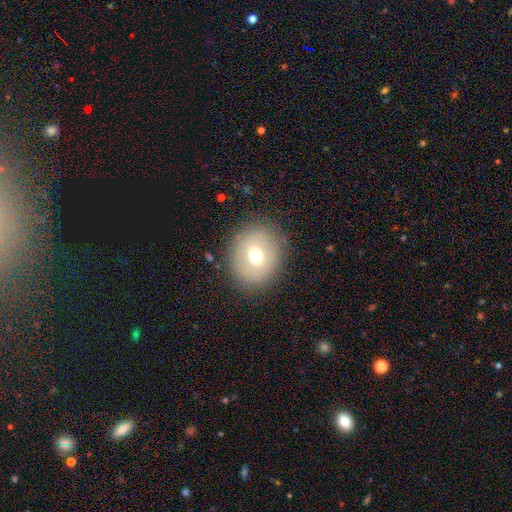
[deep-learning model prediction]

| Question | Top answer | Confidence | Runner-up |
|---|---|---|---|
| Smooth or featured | smooth | 61% | featured or disk (28%) |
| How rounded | round | 69% | in between (30%) |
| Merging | none | 83% | minor disturbance (11%) |